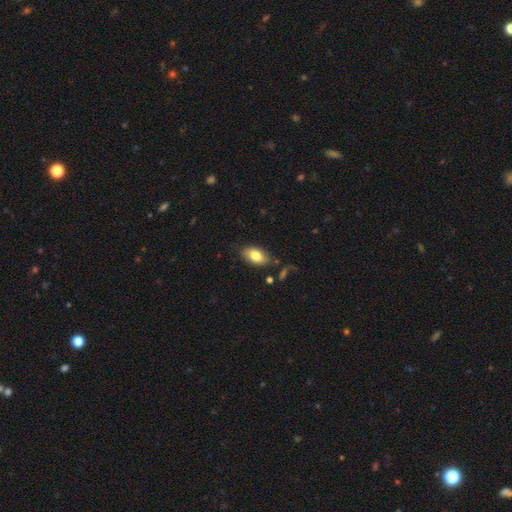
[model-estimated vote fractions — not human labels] Smooth or featured: smooth — 79% (featured or disk — 13%)
How rounded: in between — 92% (round — 6%)
Merging: none — 79% (minor disturbance — 14%)